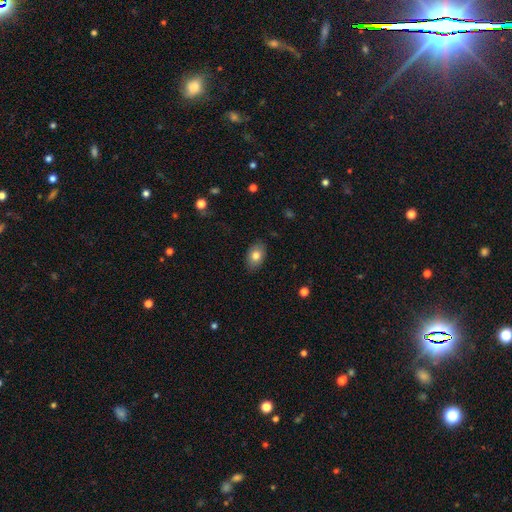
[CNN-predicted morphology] smooth_or_featured: smooth (p=0.78) [alt: featured or disk p=0.14]
how_rounded: in between (p=0.89) [alt: round p=0.10]
merging: none (p=0.86) [alt: minor disturbance p=0.11]